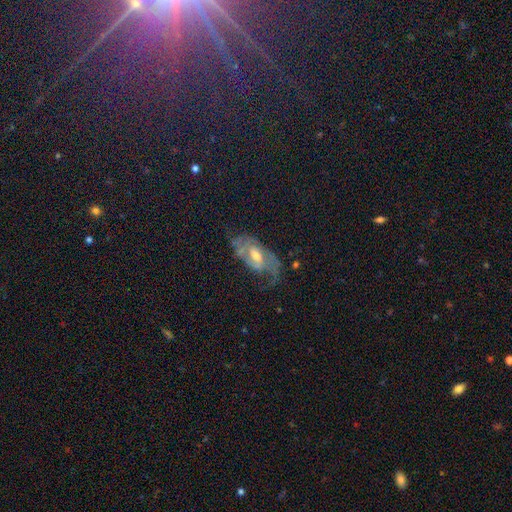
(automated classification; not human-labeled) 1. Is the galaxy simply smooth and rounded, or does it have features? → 61% featured or disk, 22% star or artifact, 17% smooth.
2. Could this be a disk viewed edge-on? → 89% no, 11% yes.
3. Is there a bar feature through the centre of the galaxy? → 44% weak, 43% no, 13% strong.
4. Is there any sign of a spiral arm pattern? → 80% yes, 20% no.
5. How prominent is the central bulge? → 68% moderate, 22% small, 7% large, 2% none, 2% dominant.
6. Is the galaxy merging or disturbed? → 61% none, 22% minor disturbance, 14% major disturbance, 3% merger.